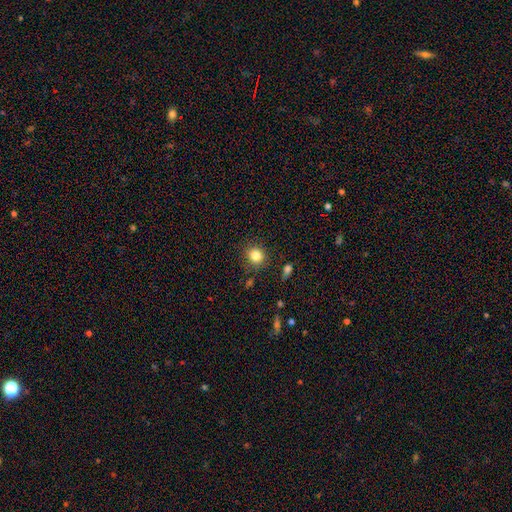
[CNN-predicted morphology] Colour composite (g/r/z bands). It shows a smooth galaxy with no disk features (83%) that is round (84%). Merging: none (85%).